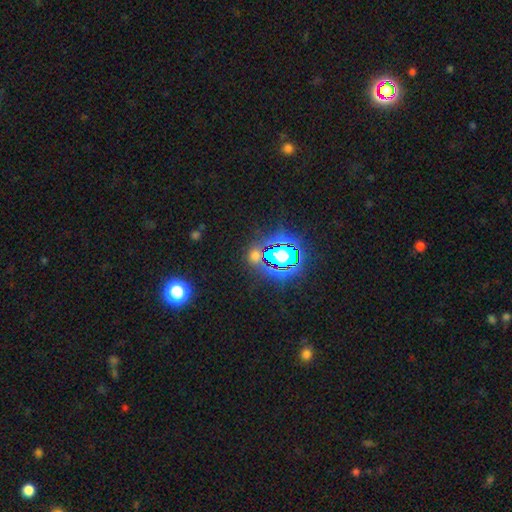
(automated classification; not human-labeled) smooth_or_featured: star or artifact (p=0.62) [alt: smooth p=0.28]